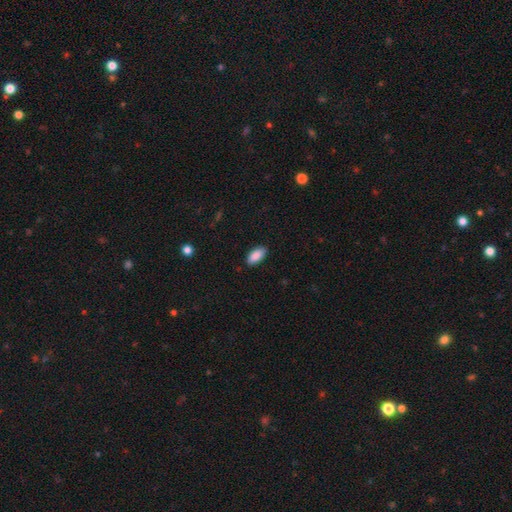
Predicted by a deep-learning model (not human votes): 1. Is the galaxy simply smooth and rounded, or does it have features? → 89% smooth, 6% star or artifact, 5% featured or disk.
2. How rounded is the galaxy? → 92% in between, 6% cigar-shaped, 2% round.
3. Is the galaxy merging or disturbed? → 87% none, 10% minor disturbance, 2% major disturbance, 1% merger.